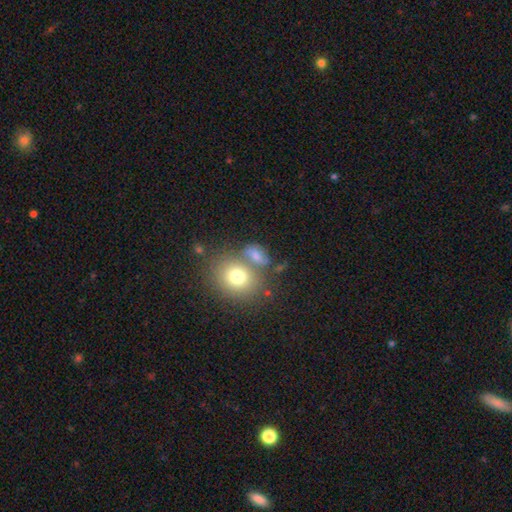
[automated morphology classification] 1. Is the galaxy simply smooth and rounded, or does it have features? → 66% smooth, 20% featured or disk, 14% star or artifact.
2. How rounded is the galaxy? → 62% in between, 35% round, 3% cigar-shaped.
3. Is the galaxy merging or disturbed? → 44% none, 33% merger, 14% minor disturbance, 8% major disturbance.